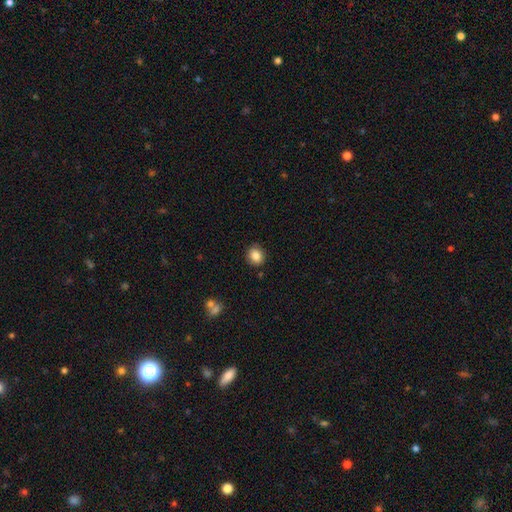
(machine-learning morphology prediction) A smooth galaxy with no disk features (85%) that is round (71%).

Vote fractions:
- Smooth or featured? smooth: 85% / star or artifact: 9% / featured or disk: 6%
- How rounded? round: 71% / in between: 29% / cigar-shaped: 1%
- Merging? none: 87% / minor disturbance: 9% / major disturbance: 2% / merger: 2%